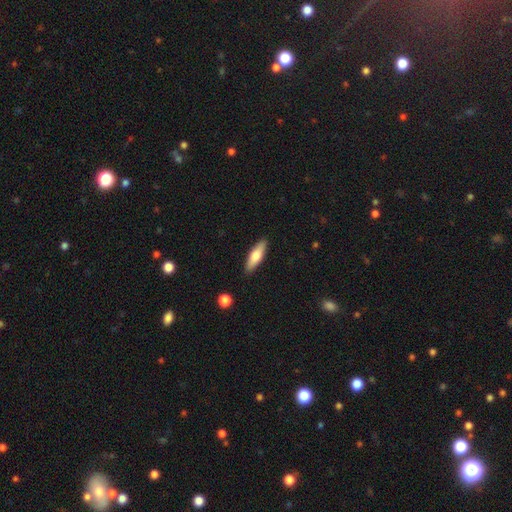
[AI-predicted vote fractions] Smooth or featured: smooth — 66% (featured or disk — 29%)
How rounded: cigar-shaped — 59% (in between — 40%)
Merging: none — 89% (minor disturbance — 8%)